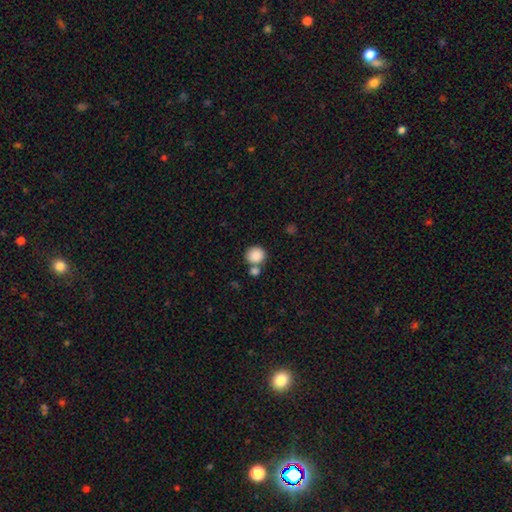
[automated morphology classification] Overall: smooth (87%). How rounded: round (87%). Merging: none (61%; merger 27%).